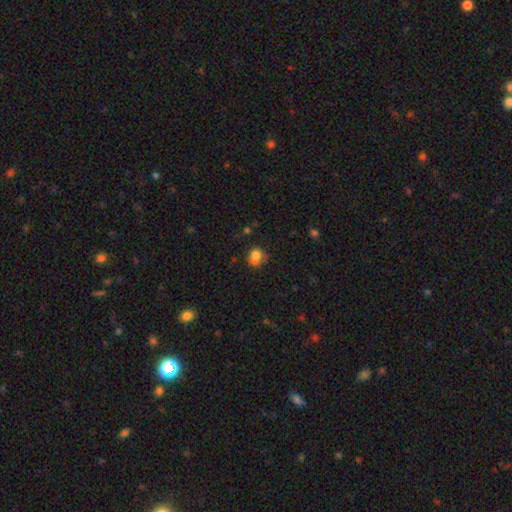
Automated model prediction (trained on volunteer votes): Smooth or featured: smooth — 76% (featured or disk — 13%)
How rounded: round — 67% (in between — 32%)
Merging: none — 44% (merger — 26%)